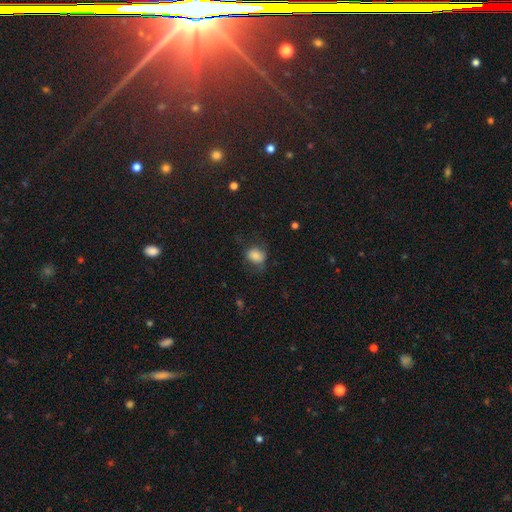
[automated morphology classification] This is likely a smooth galaxy (78%). How rounded: likely in between (61%). Merging: possibly none (56%).